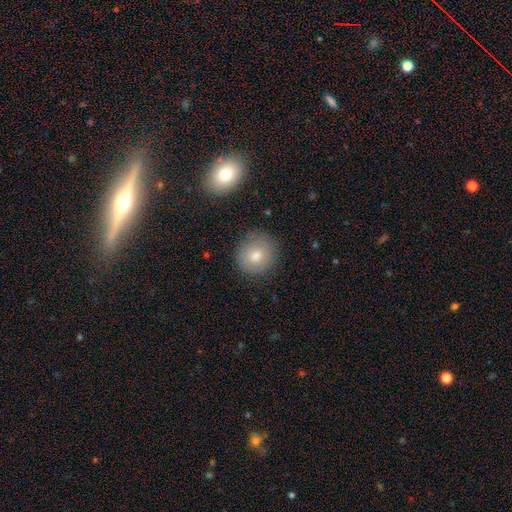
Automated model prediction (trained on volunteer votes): Morphology: type=smooth (77%); roundness=round (89%); merging=none (85%).